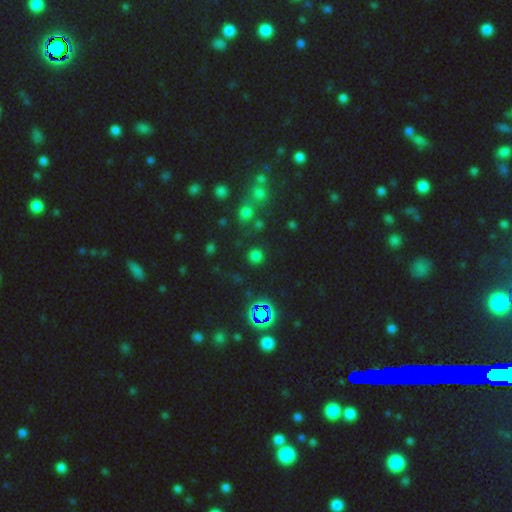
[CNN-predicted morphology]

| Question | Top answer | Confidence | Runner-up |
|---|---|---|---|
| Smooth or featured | smooth | 62% | star or artifact (32%) |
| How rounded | round | 92% | in between (7%) |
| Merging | none | 84% | minor disturbance (8%) |